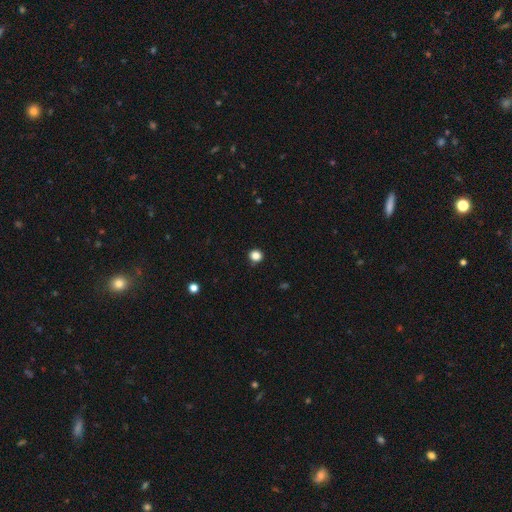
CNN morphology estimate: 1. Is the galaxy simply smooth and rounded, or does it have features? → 84% smooth, 13% star or artifact, 3% featured or disk.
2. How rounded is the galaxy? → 91% round, 8% in between, 1% cigar-shaped.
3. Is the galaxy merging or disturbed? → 90% none, 7% minor disturbance, 2% major disturbance, 1% merger.